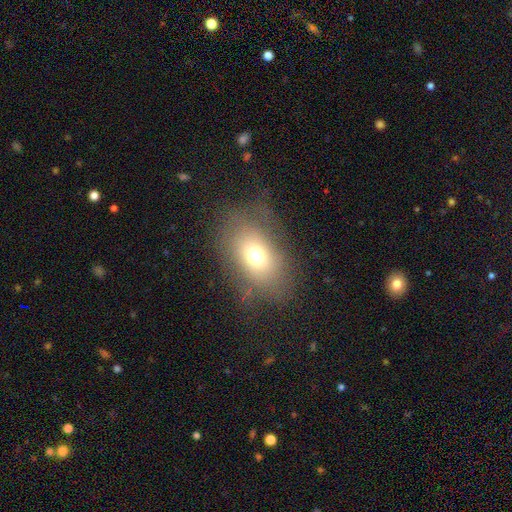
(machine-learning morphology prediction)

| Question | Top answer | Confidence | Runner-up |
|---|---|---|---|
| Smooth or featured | smooth | 69% | featured or disk (17%) |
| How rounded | in between | 77% | round (21%) |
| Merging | none | 69% | minor disturbance (17%) |